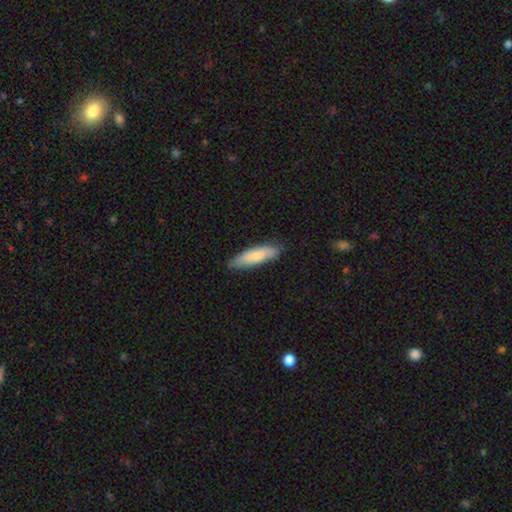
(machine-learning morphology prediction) Smooth or featured? smooth (78%)
How rounded? cigar-shaped (60%)
Merging? none (80%)